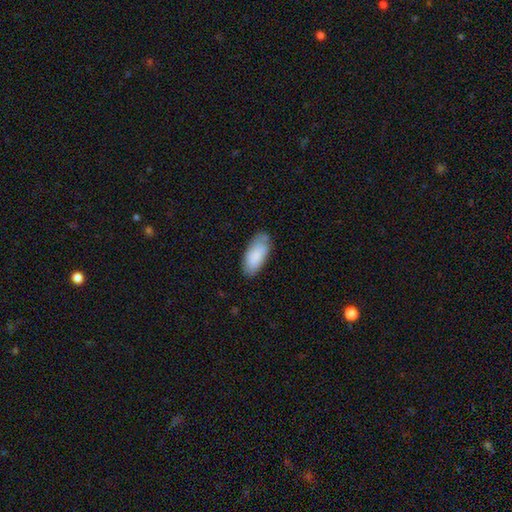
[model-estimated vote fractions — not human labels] smooth_or_featured: smooth (p=0.84) [alt: featured or disk p=0.10]
how_rounded: in between (p=0.91) [alt: cigar-shaped p=0.07]
merging: none (p=0.66) [alt: minor disturbance p=0.26]